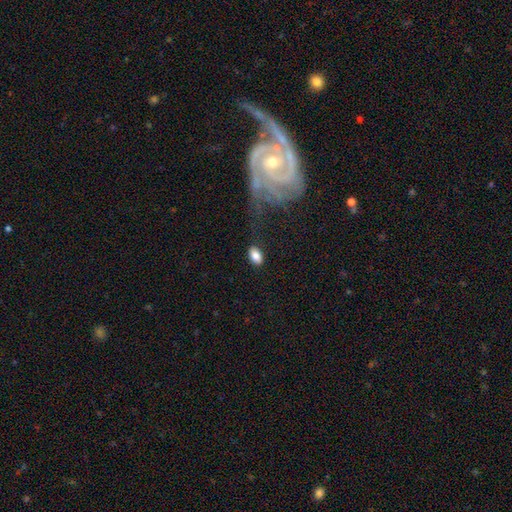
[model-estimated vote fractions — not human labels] smooth-or-featured: smooth: 84% | featured or disk: 9% | star or artifact: 8%
  how-rounded: in between: 91% | round: 7% | cigar-shaped: 2%
  merging: none: 83% | minor disturbance: 12% | major disturbance: 4% | merger: 2%